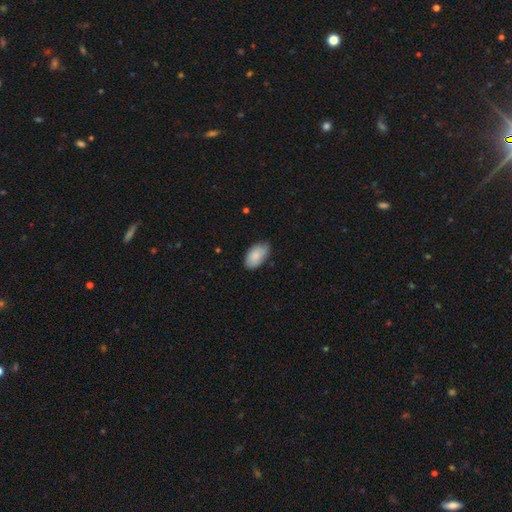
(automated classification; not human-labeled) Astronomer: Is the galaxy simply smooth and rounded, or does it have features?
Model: smooth — 86%.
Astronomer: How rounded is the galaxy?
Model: in between — 95%.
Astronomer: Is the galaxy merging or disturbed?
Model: none — 74%.